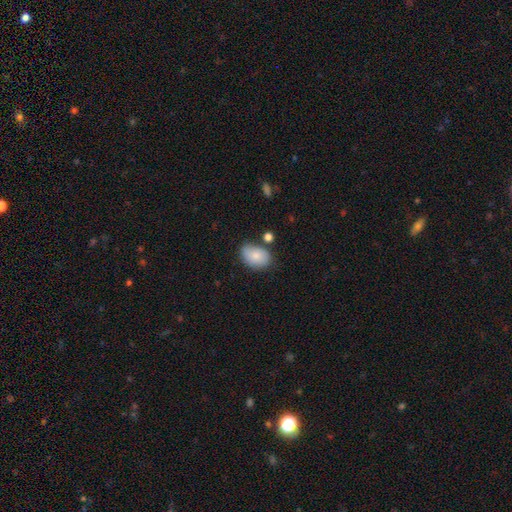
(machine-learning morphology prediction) A smooth galaxy with no disk features (83%) that is in between round and cigar-shaped (84%).

Vote fractions:
- Smooth or featured? smooth: 83% / featured or disk: 10% / star or artifact: 7%
- How rounded? in between: 84% / round: 15% / cigar-shaped: 1%
- Merging? none: 66% / minor disturbance: 22% / merger: 7% / major disturbance: 5%